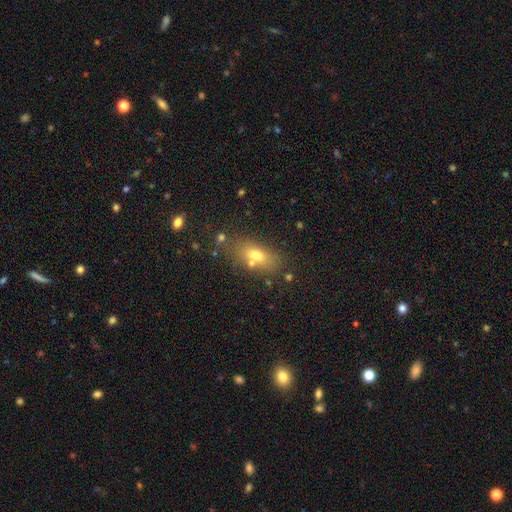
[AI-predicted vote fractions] Smooth or featured?
  - smooth: 67% *
  - featured or disk: 21%
  - star or artifact: 12%
How rounded?
  - in between: 79% *
  - cigar-shaped: 11%
  - round: 11%
Merging?
  - none: 67% *
  - minor disturbance: 14%
  - merger: 14%
  - major disturbance: 6%